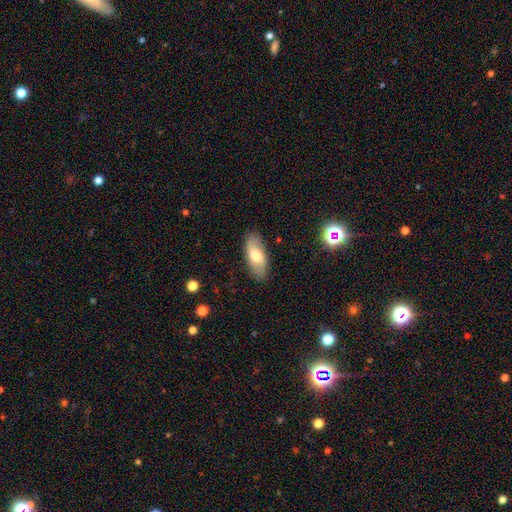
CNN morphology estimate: The model was most divided on "smooth or featured": smooth: 66%, featured or disk: 28%, star or artifact: 6%. More confident: how rounded — in between (86%); merging — none (85%).